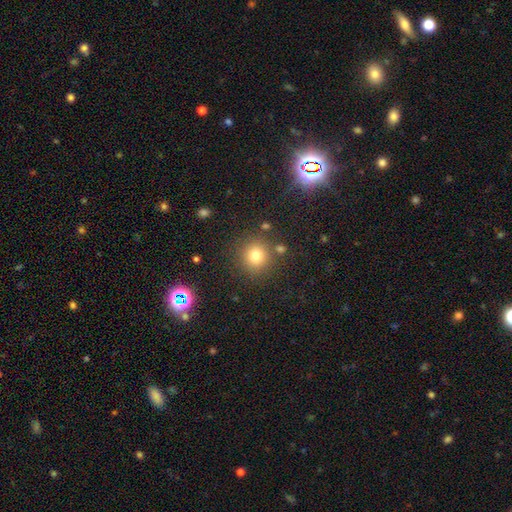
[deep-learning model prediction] This is likely a smooth galaxy (78%). How rounded: clearly round (92%). Merging: clearly none (84%).